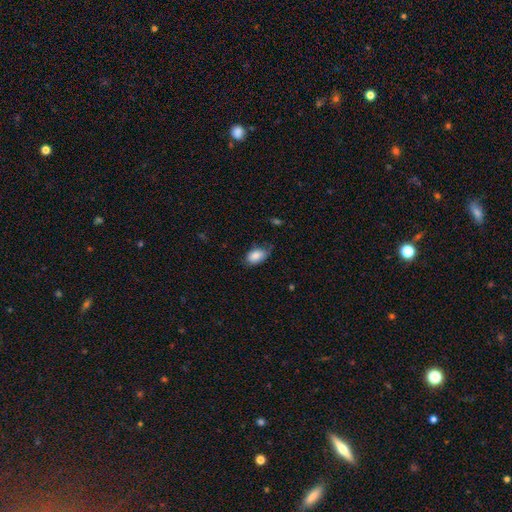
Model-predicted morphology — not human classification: smooth 85%, featured or disk 8%, star or artifact 7%. Down the decision tree: how rounded — in between (92%); merging — none (57%).